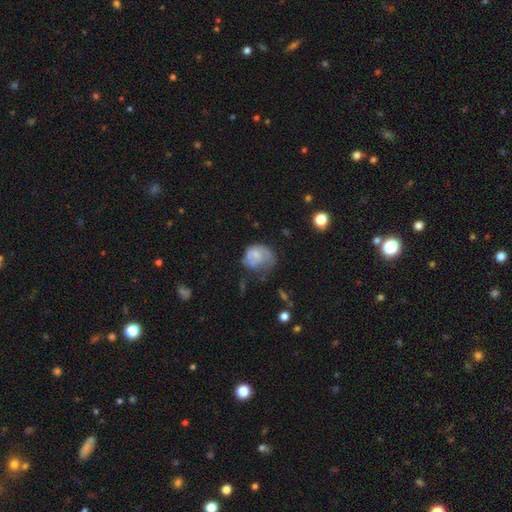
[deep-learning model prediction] Overall: smooth (58%; featured or disk 33%). How rounded: round (54%; in between 45%). Merging: major disturbance (36%; minor disturbance 31%).